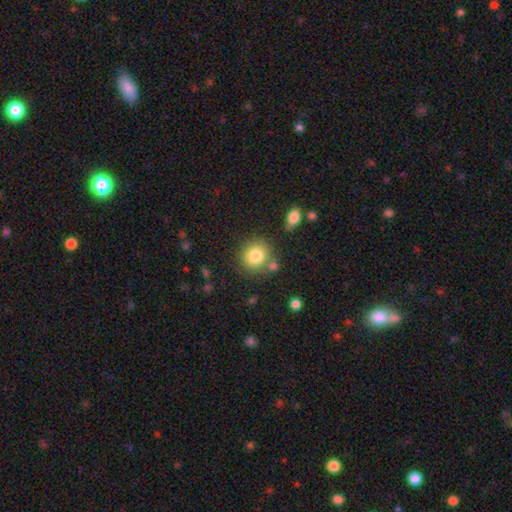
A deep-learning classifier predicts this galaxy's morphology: This appears to be a smooth galaxy with no disk features (81%) that is round (87%). Merging: none (75%).